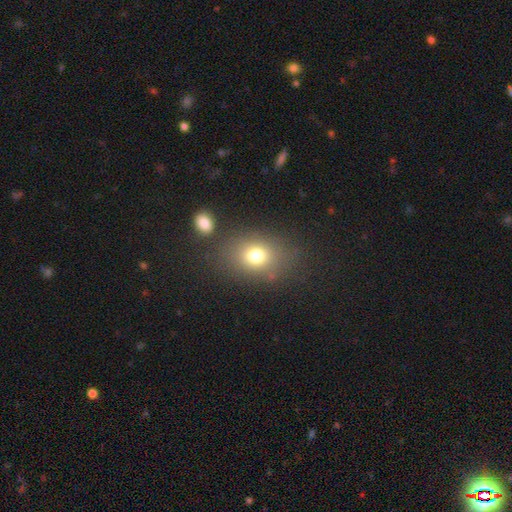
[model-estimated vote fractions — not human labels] smooth 74%, star or artifact 15%, featured or disk 11%. Down the decision tree: how rounded — in between (53%); merging — none (75%).